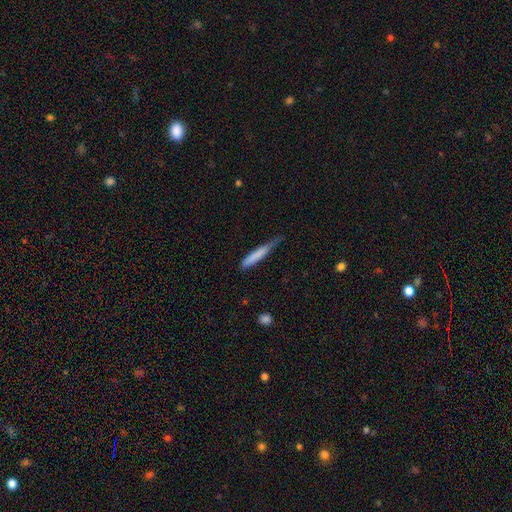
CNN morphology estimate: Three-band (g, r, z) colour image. It shows a smooth galaxy with no disk features (76%) that is cigar-shaped (93%). Merging: none (50%).